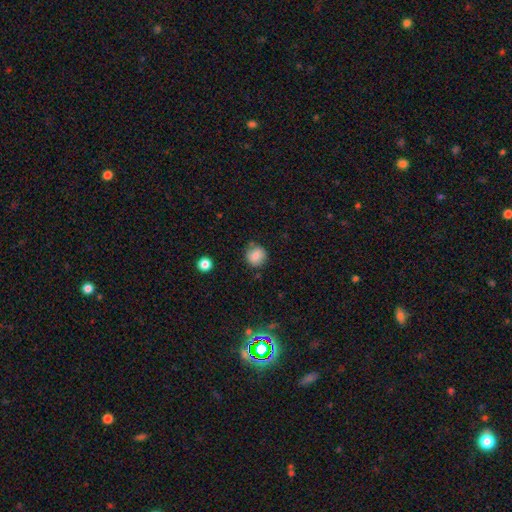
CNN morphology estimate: This appears to be a smooth galaxy with no disk features (79%) that is round (90%). Merging: none (78%).